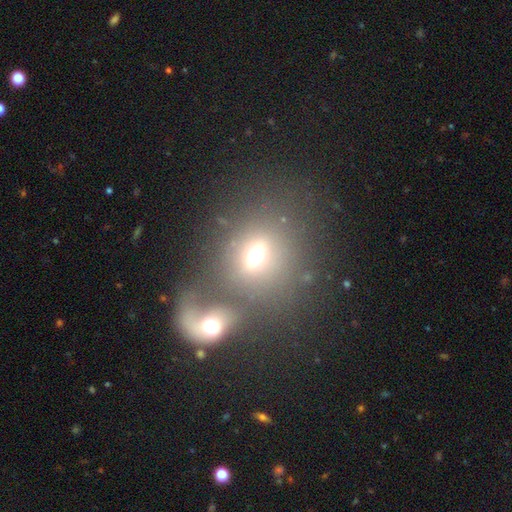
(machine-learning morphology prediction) Q: Smooth or featured?
A: smooth (63%); runner-up: star or artifact (18%)
Q: How rounded?
A: round (54%); runner-up: in between (43%)
Q: Merging?
A: none (45%); runner-up: merger (36%)